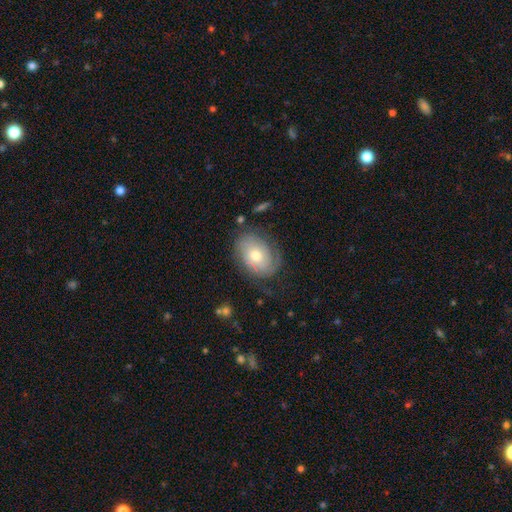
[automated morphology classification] smooth-or-featured: featured or disk: 58% | smooth: 34% | star or artifact: 7%
  disk-edge-on: no: 95% | yes: 5%
    bar: no: 80% | weak: 17% | strong: 3%
    has-spiral-arms: yes: 82% | no: 18%
    bulge-size: moderate: 64% | small: 29% | large: 5% | none: 1% | dominant: 1%
  merging: none: 67% | minor disturbance: 21% | major disturbance: 10% | merger: 2%